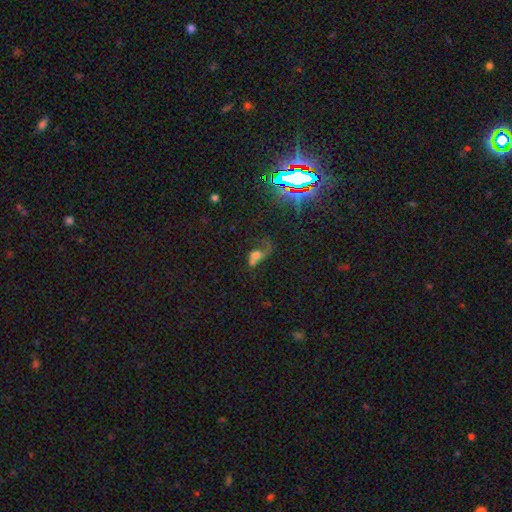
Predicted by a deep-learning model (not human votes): The model was most divided on "smooth or featured": smooth: 43%, featured or disk: 37%, star or artifact: 20%. Remaining: merging — merger (42%).